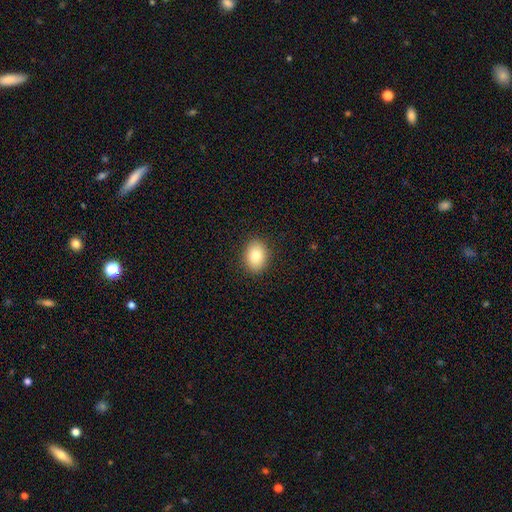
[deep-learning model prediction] smooth 84%, star or artifact 8%, featured or disk 8%. Down the decision tree: how rounded — in between (71%); merging — none (90%).